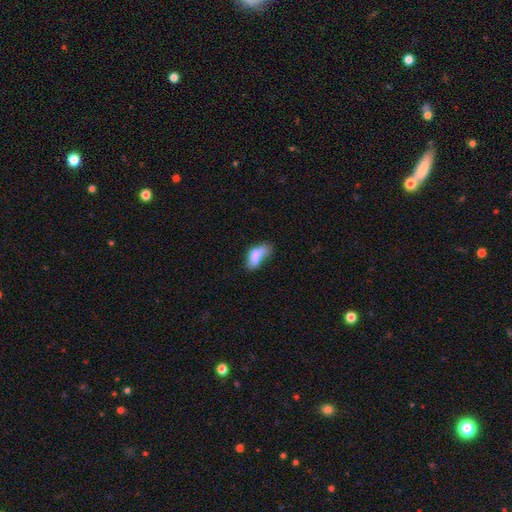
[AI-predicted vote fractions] Smooth or featured? smooth (72%)
How rounded? in between (88%)
Merging? minor disturbance (29%)